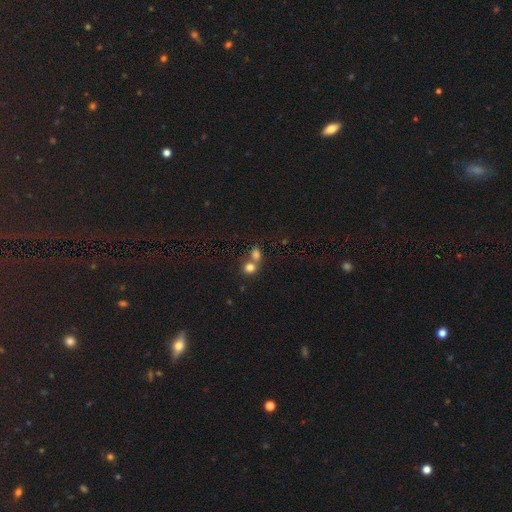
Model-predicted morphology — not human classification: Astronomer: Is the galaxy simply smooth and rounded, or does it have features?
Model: smooth — 66%.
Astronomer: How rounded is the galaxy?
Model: round — 76%.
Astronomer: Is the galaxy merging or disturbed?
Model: merger — 51% (runner-up: none, 40%).